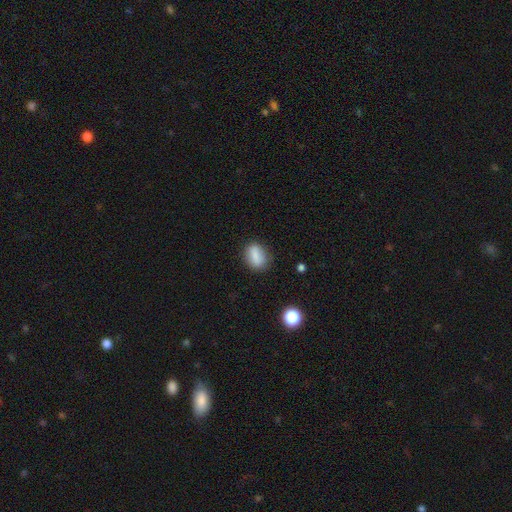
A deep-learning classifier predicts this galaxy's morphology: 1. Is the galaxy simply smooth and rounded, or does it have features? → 83% smooth, 9% star or artifact, 8% featured or disk.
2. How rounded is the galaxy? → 74% in between, 22% round, 4% cigar-shaped.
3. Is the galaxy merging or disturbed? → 79% none, 15% minor disturbance, 4% major disturbance, 2% merger.